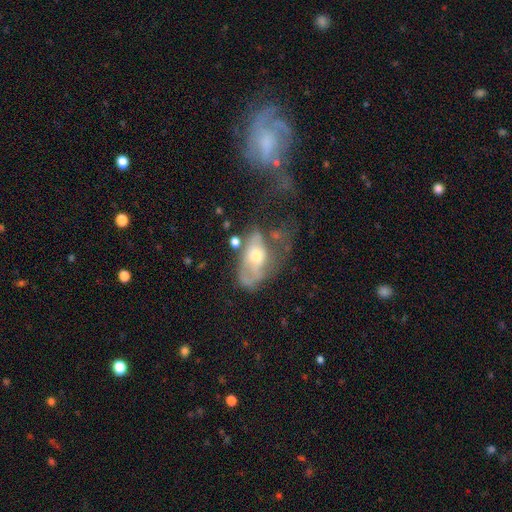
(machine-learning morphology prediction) Smooth or featured? featured or disk (56%)
Edge-on disk? no (90%)
Bar? no (76%)
Spiral arms? no (57%)
Bulge size? moderate (65%)
Merging? major disturbance (39%)